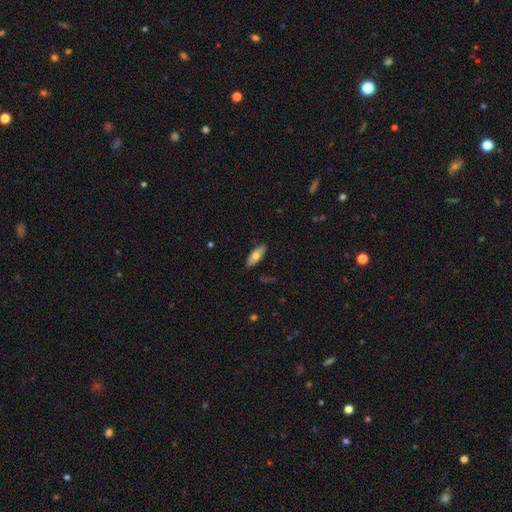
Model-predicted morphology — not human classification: smooth-or-featured: smooth: 71% | featured or disk: 23% | star or artifact: 6%
  how-rounded: in between: 67% | cigar-shaped: 30% | round: 2%
  merging: none: 87% | minor disturbance: 10% | major disturbance: 2% | merger: 1%